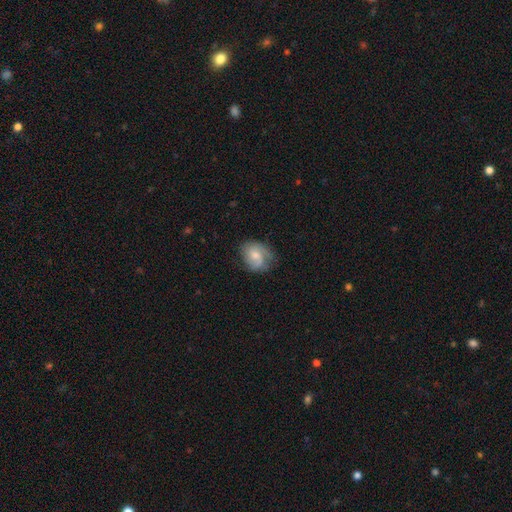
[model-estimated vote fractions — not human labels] smooth_or_featured: featured or disk (p=0.48) [alt: smooth p=0.45]
merging: none (p=0.58) [alt: minor disturbance p=0.28]